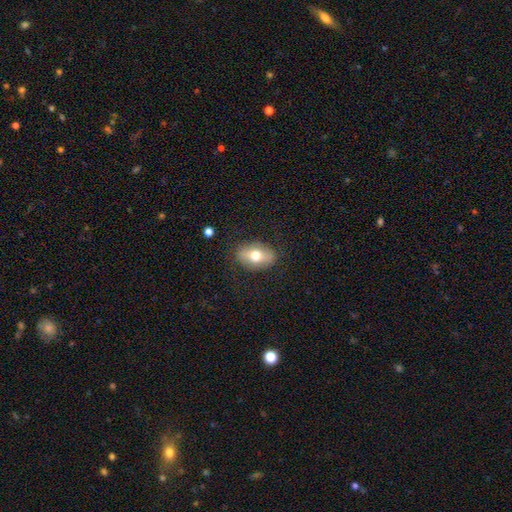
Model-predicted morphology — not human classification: Overall: smooth (62%; featured or disk 30%). How rounded: in between (84%). Merging: none (84%).